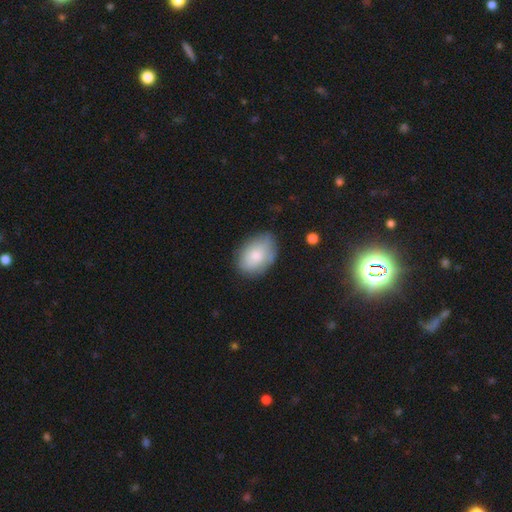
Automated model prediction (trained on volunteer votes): A smooth galaxy with no disk features (78%) that is in between round and cigar-shaped (85%). Merging: none (73%).